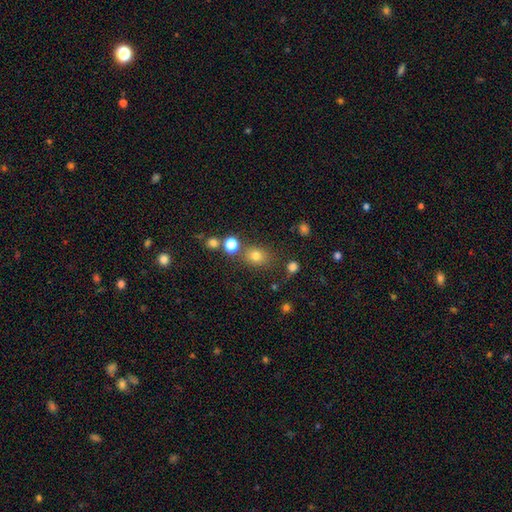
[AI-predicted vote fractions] smooth 76%, star or artifact 16%, featured or disk 8%. Down the decision tree: how rounded — round (60%); merging — none (73%).